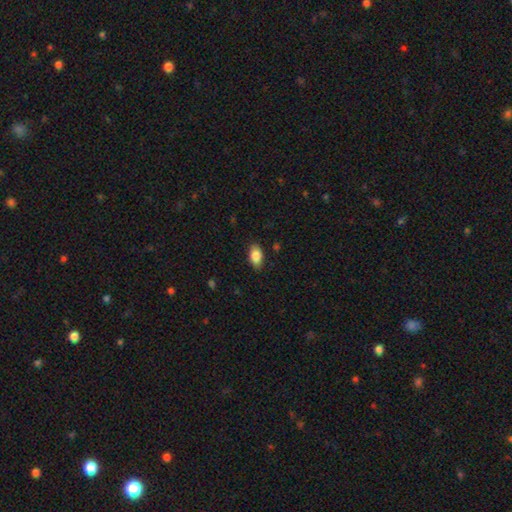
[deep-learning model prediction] Overall: smooth (87%). How rounded: in between (92%). Merging: none (85%).